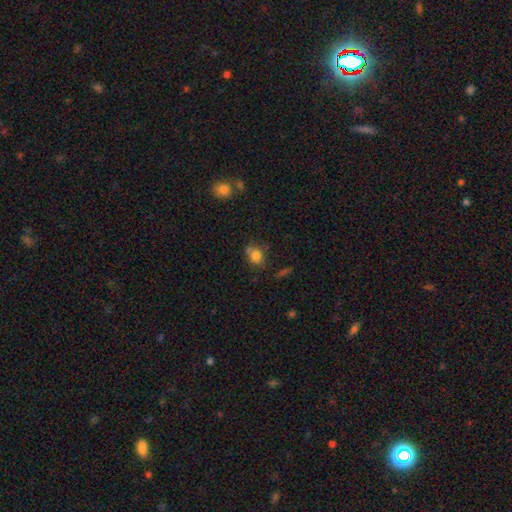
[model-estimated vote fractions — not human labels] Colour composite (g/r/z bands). It shows a smooth galaxy with no disk features (78%) that is round (55%). Merging: none (60%).